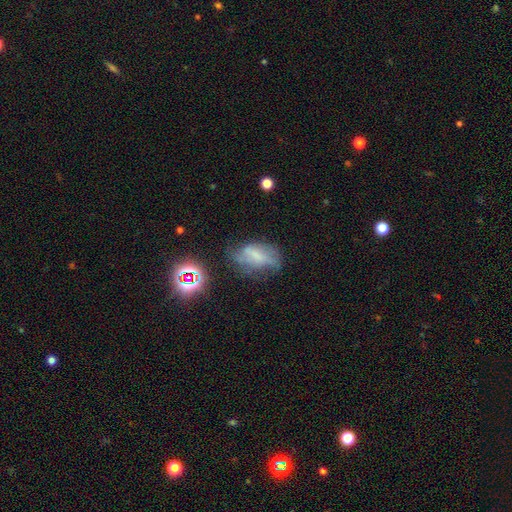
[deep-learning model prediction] A featured or disk galaxy (43%). Merging: none (41%).